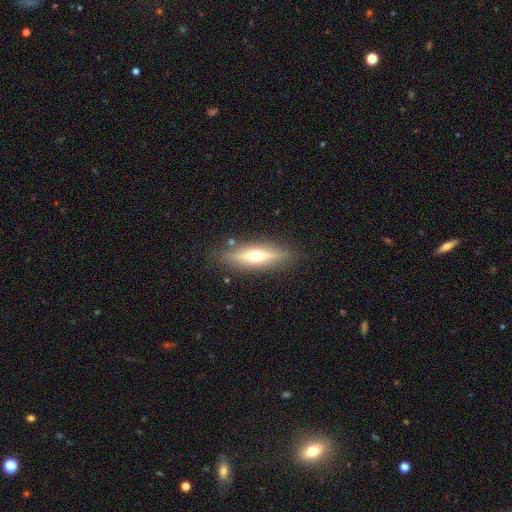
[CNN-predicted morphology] Q: Smooth or featured?
A: featured or disk (59%); runner-up: smooth (34%)
Q: Edge-on disk?
A: yes (90%); runner-up: no (10%)
Q: Edge-on bulge?
A: rounded (93%); runner-up: none (4%)
Q: Merging?
A: none (85%); runner-up: minor disturbance (10%)